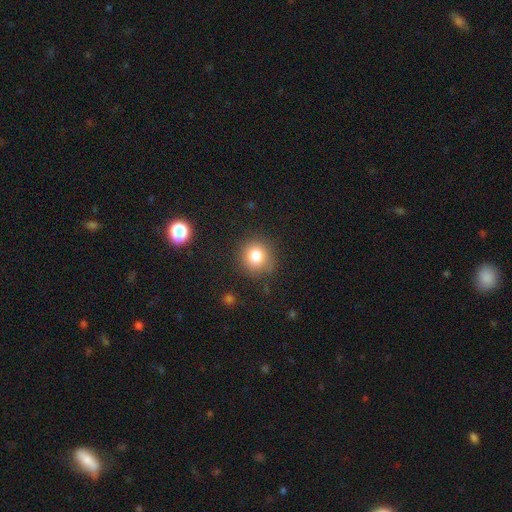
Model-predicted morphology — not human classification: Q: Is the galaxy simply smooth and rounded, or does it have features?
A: smooth — 81%.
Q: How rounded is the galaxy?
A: round — 89%.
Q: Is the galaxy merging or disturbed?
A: none — 83%.